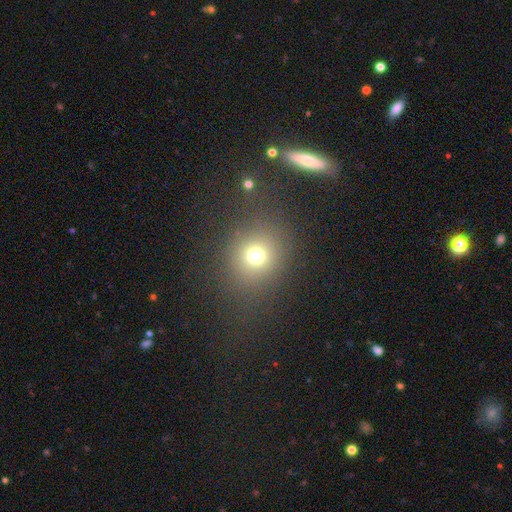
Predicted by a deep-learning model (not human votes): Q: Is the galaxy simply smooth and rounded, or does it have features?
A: smooth — 71%.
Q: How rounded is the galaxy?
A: round — 77%.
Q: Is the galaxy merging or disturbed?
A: none — 81%.